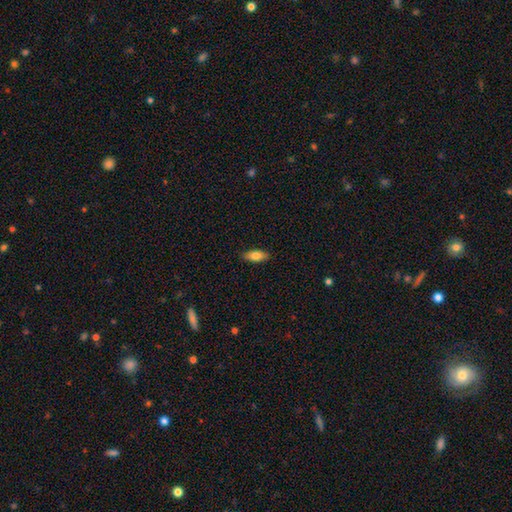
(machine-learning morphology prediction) smooth-or-featured: smooth: 79% | featured or disk: 14% | star or artifact: 7%
  how-rounded: in between: 76% | cigar-shaped: 21% | round: 2%
  merging: none: 87% | minor disturbance: 10% | major disturbance: 2% | merger: 1%